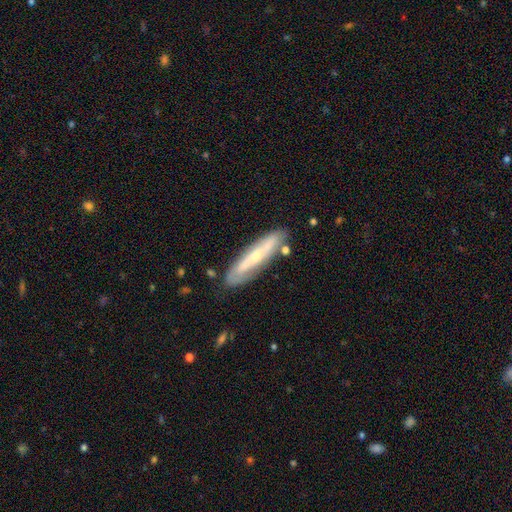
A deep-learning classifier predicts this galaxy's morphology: smooth-or-featured: featured or disk: 59% | smooth: 35% | star or artifact: 6%
  disk-edge-on: yes: 51% | no: 49%
  merging: none: 78% | minor disturbance: 15% | major disturbance: 4% | merger: 4%